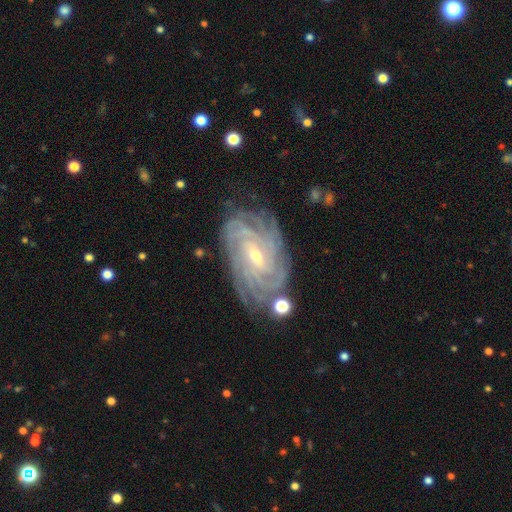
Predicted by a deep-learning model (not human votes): Smooth or featured: featured or disk — 90% (star or artifact — 6%)
Edge-on disk: no — 96% (yes — 4%)
Bar: weak — 49% (no — 29%)
Spiral arms: yes — 98% (no — 2%)
Spiral winding: tight — 81% (medium — 16%)
Spiral arm count: 4 — 29% (more than 4 — 26%)
Bulge size: small — 59% (moderate — 38%)
Merging: none — 79% (minor disturbance — 14%)